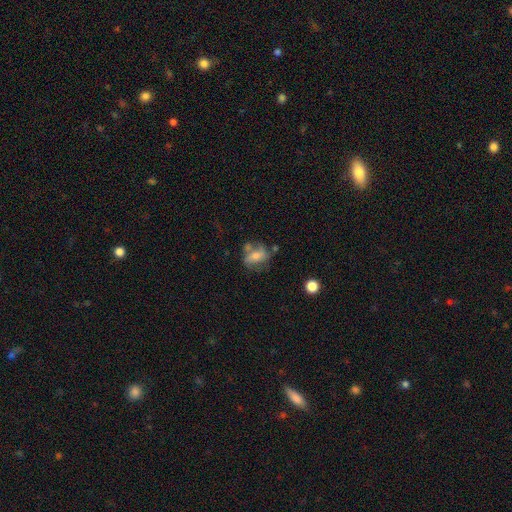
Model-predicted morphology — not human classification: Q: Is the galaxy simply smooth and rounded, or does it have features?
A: featured or disk — 49%.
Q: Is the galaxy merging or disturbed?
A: none — 46%.